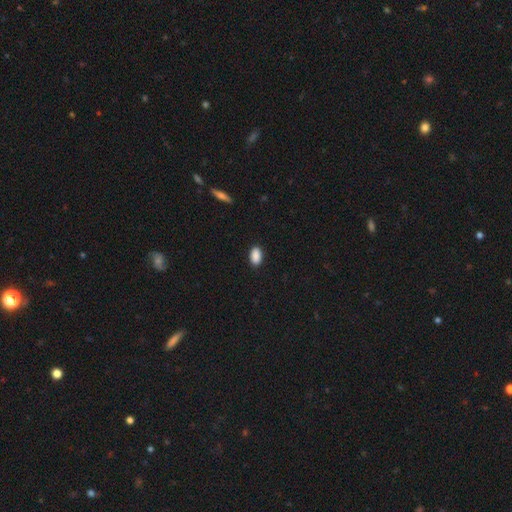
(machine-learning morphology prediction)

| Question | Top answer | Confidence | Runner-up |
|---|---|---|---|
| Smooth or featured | smooth | 90% | star or artifact (7%) |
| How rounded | in between | 93% | round (5%) |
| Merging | none | 88% | minor disturbance (9%) |